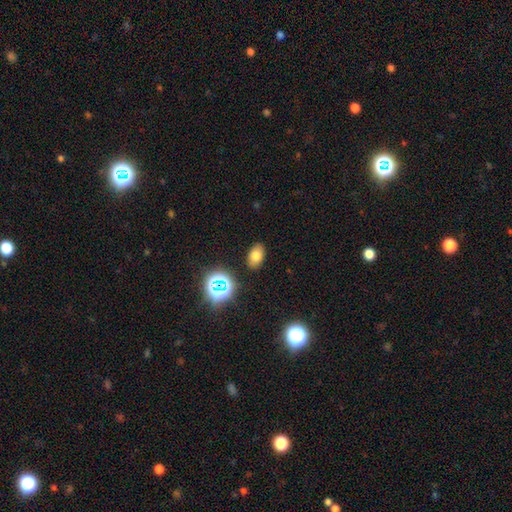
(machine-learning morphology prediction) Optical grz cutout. It shows a smooth galaxy with no disk features (72%) that is in between round and cigar-shaped (88%). Merging: none (86%).